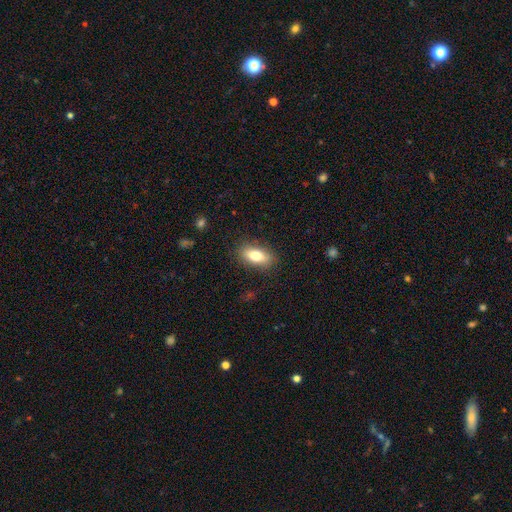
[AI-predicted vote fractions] Smooth or featured? smooth (77%)
How rounded? in between (83%)
Merging? none (85%)